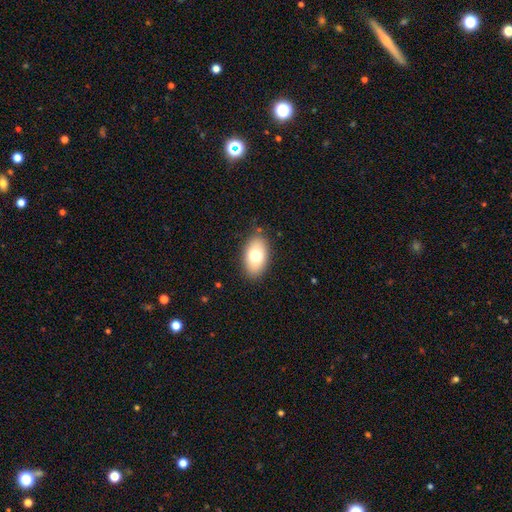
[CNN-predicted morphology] Smooth or featured? smooth (74%)
How rounded? in between (92%)
Merging? none (85%)